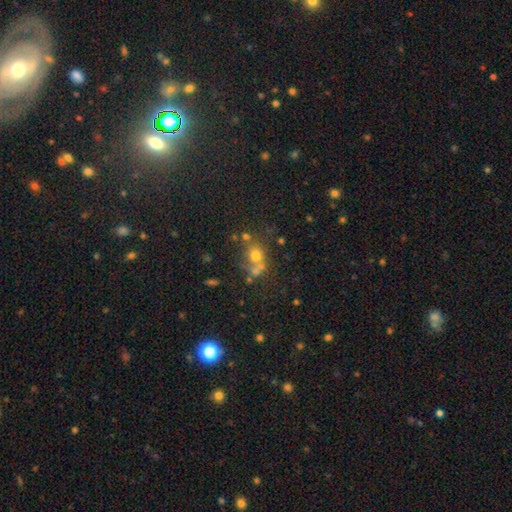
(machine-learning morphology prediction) The model was most divided on "merging": none: 45%, merger: 35%, minor disturbance: 12%, major disturbance: 8%. More confident: how rounded — round (75%); smooth or featured — smooth (63%).